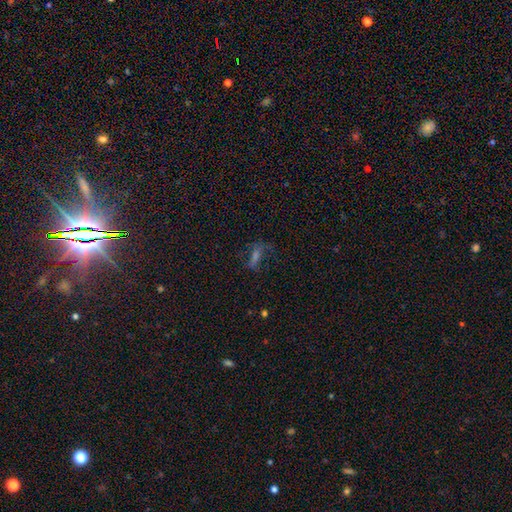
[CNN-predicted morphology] A star or artifact, not a galaxy (37%).